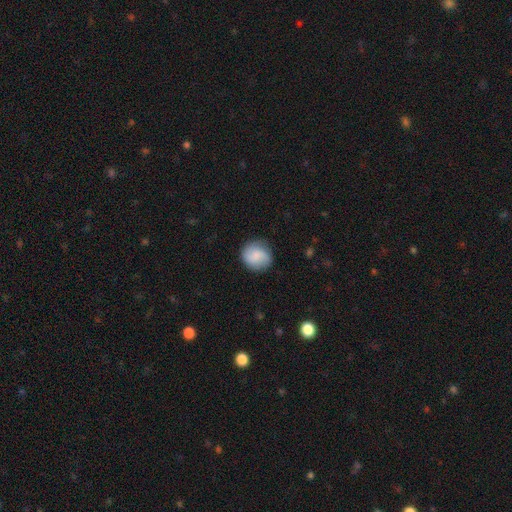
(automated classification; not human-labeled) Overall: smooth (76%). How rounded: round (84%). Merging: none (79%).